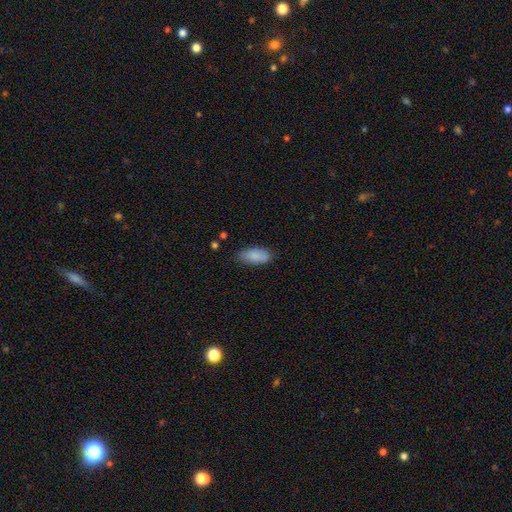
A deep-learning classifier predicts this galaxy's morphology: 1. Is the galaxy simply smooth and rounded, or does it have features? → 87% smooth, 7% featured or disk, 6% star or artifact.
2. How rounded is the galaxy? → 89% in between, 9% cigar-shaped, 2% round.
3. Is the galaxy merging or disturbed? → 81% none, 15% minor disturbance, 3% major disturbance, 1% merger.